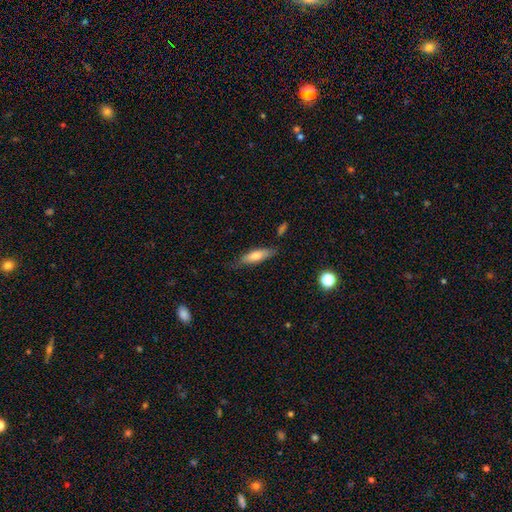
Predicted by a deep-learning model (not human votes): Overall: smooth (70%). How rounded: cigar-shaped (54%; in between 44%). Merging: none (75%).